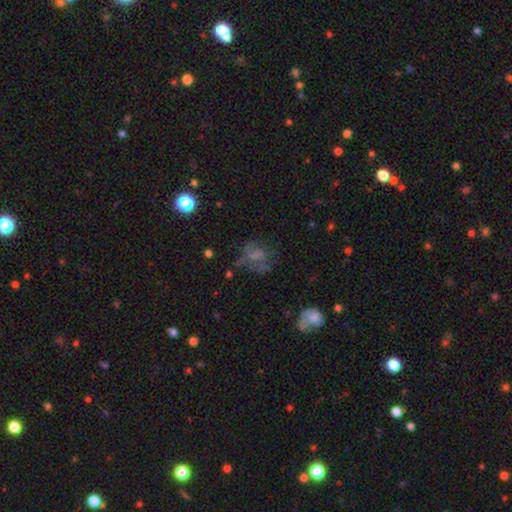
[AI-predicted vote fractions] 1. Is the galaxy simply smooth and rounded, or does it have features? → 39% featured or disk, 38% smooth, 23% star or artifact.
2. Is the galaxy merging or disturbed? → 42% none, 32% major disturbance, 20% minor disturbance, 6% merger.